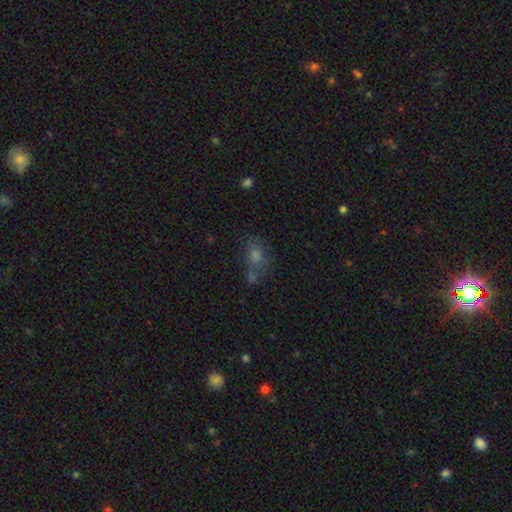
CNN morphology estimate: Smooth or featured? Predicted: smooth (p=0.63). How rounded? Predicted: in between (p=0.59). Merging? Predicted: none (p=0.51).